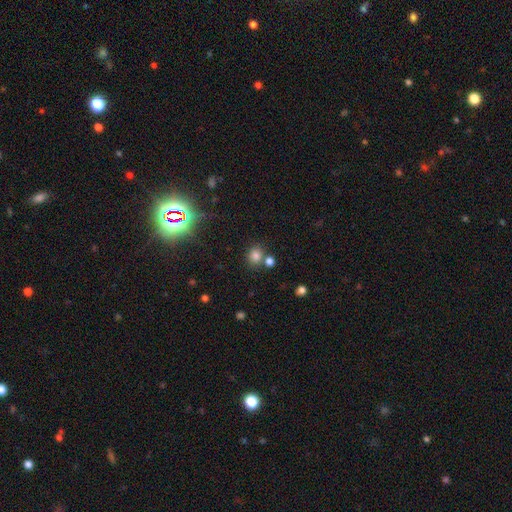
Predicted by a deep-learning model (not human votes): Overall: smooth (77%). How rounded: round (79%). Merging: none (69%).